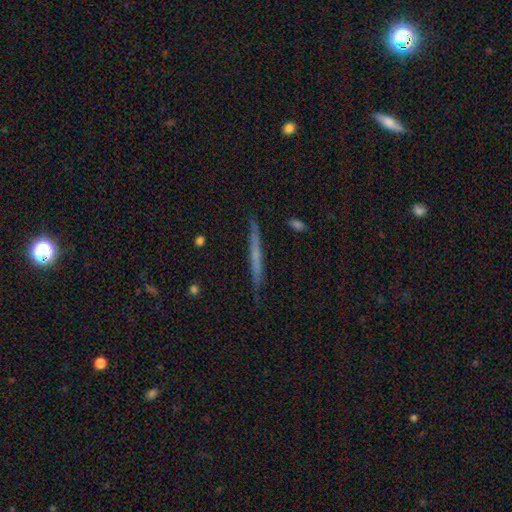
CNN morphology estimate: Smooth or featured? featured or disk (55%)
Edge-on disk? yes (96%)
Edge-on bulge? none (69%)
Merging? none (87%)